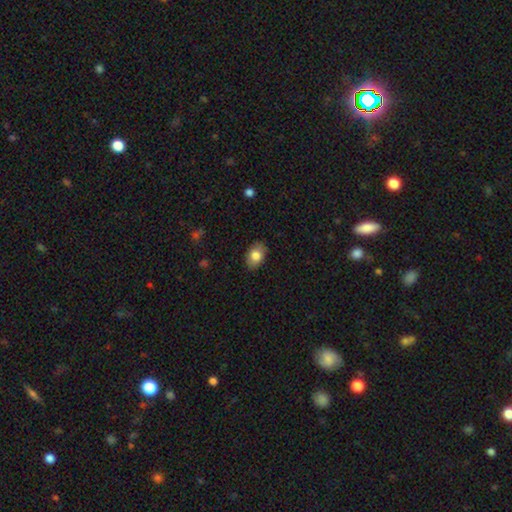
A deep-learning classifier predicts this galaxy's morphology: Smooth or featured?
  - smooth: 81% *
  - featured or disk: 11%
  - star or artifact: 8%
How rounded?
  - in between: 84% *
  - round: 14%
  - cigar-shaped: 1%
Merging?
  - none: 86% *
  - minor disturbance: 11%
  - major disturbance: 2%
  - merger: 1%